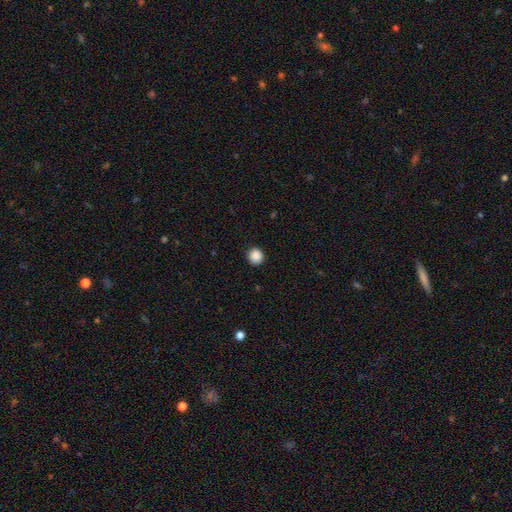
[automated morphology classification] Q: Smooth or featured?
A: smooth (88%); runner-up: star or artifact (9%)
Q: How rounded?
A: round (92%); runner-up: in between (7%)
Q: Merging?
A: none (92%); runner-up: minor disturbance (6%)